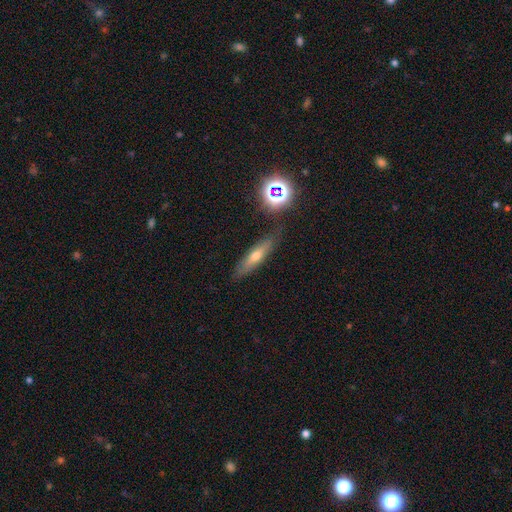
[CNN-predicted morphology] smooth-or-featured: smooth: 49% | featured or disk: 37% | star or artifact: 13%
  merging: none: 81% | minor disturbance: 13% | major disturbance: 3% | merger: 3%